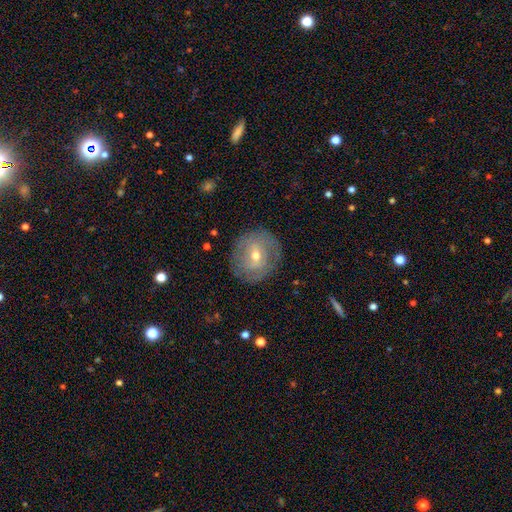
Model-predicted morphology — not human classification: This appears to be a featured or disk galaxy (62%) with a weak bar (48%), spiral arms (66%) and a moderate central bulge (53%). Merging: none (81%).